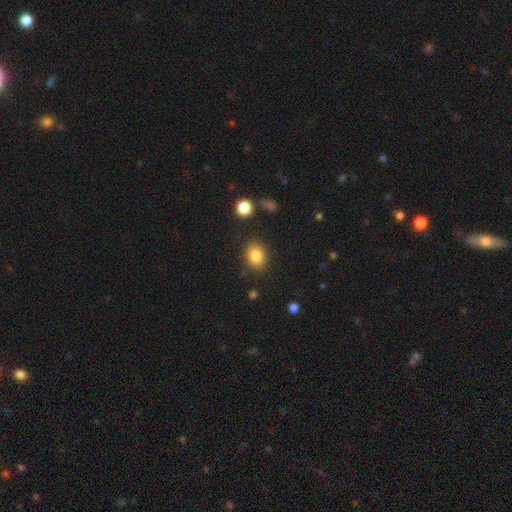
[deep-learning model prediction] This is clearly a smooth galaxy (84%). How rounded: possibly in between (55%). Merging: clearly none (84%).